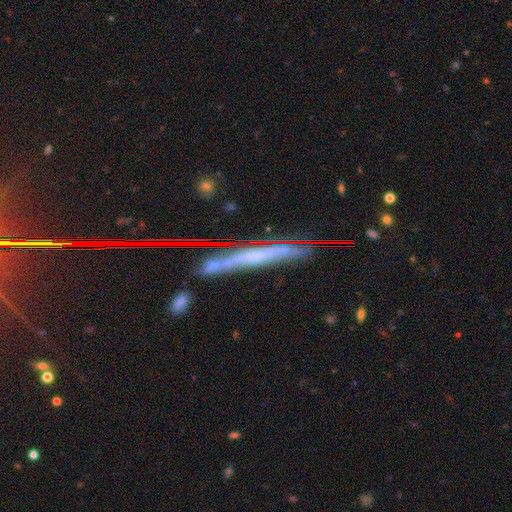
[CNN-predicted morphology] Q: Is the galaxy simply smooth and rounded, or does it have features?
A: featured or disk — 55%.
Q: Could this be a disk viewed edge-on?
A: yes — 84%.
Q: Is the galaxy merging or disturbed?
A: none — 73%.